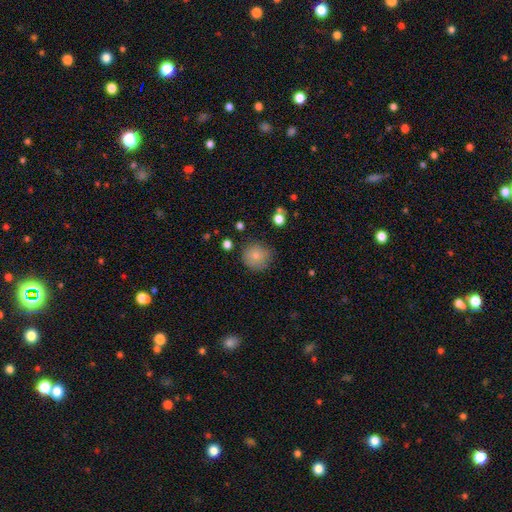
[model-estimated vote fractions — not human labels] A smooth galaxy with no disk features (80%) that is round (91%). Merging: none (77%).